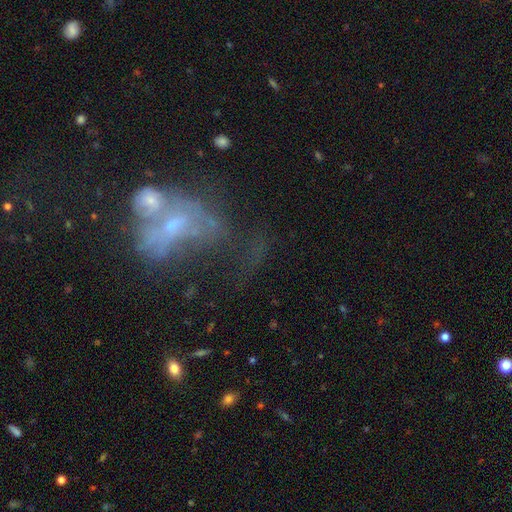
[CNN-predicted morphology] Smooth or featured? Predicted: featured or disk (p=0.53). Edge-on disk? Predicted: no (p=0.95). Bar? Predicted: no (p=0.81). Spiral arms? Predicted: no (p=0.77). Bulge size? Predicted: small (p=0.45). Merging? Predicted: merger (p=0.48).